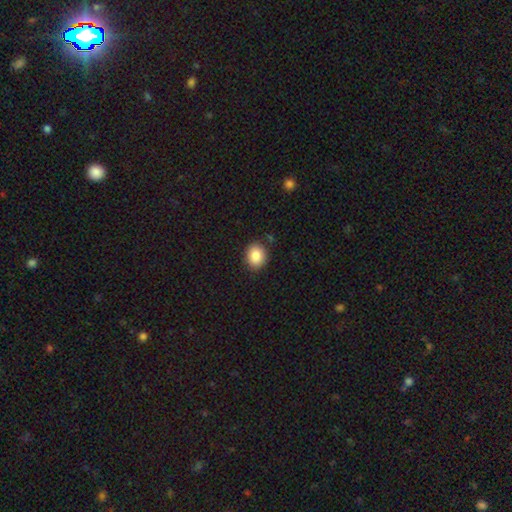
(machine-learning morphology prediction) A smooth galaxy with no disk features (87%) that is round (60%).

Vote fractions:
- Smooth or featured? smooth: 87% / star or artifact: 9% / featured or disk: 5%
- How rounded? round: 60% / in between: 40% / cigar-shaped: 1%
- Merging? none: 87% / minor disturbance: 9% / major disturbance: 2% / merger: 2%